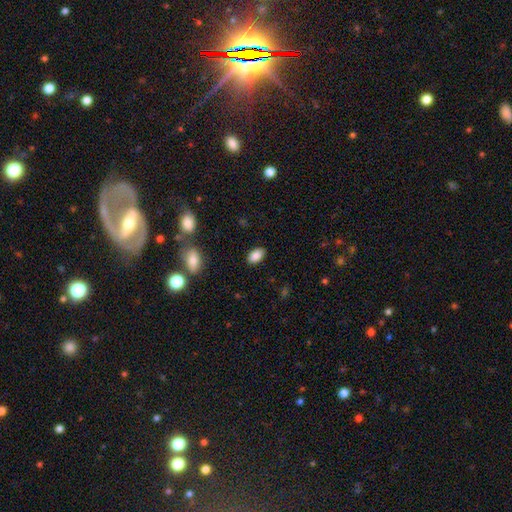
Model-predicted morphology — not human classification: The model was most divided on "merging": none: 87%, minor disturbance: 9%, major disturbance: 2%, merger: 2%. More confident: how rounded — in between (92%); smooth or featured — smooth (87%).